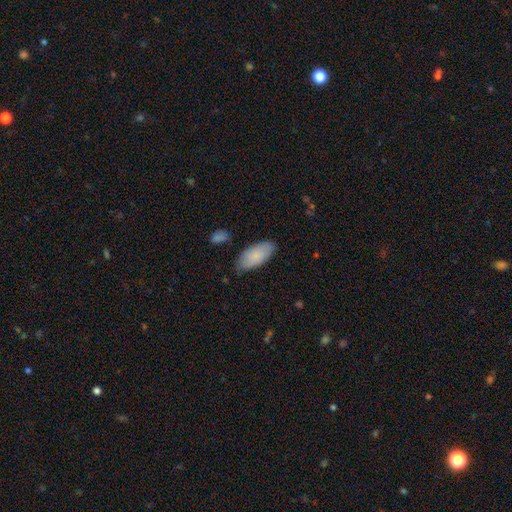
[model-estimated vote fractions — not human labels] Smooth or featured? smooth (84%)
How rounded? in between (90%)
Merging? none (77%)